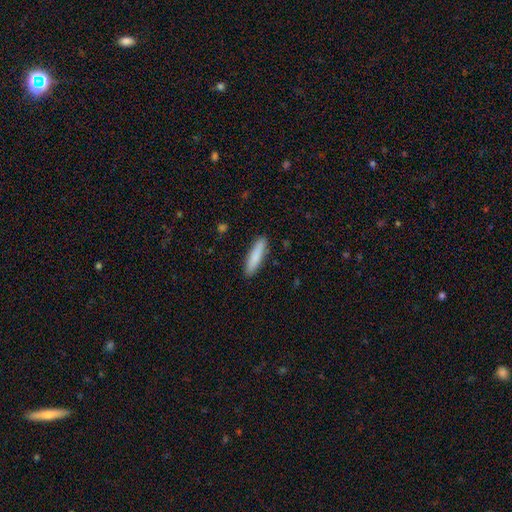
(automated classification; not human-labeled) The model was most divided on "how rounded": cigar-shaped: 83%, in between: 16%, round: 1%. More confident: merging — none (90%); smooth or featured — smooth (85%).